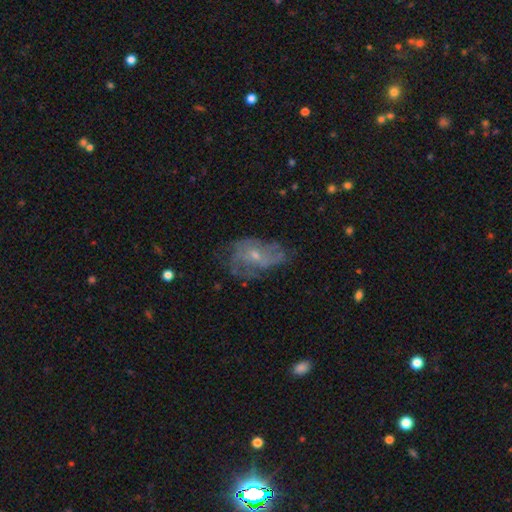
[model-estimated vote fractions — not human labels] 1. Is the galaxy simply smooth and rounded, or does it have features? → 69% featured or disk, 21% smooth, 9% star or artifact.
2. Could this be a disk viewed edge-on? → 96% no, 4% yes.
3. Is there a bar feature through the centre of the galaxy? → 73% no, 24% weak, 4% strong.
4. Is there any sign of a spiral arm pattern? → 75% yes, 25% no.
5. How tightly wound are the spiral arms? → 43% medium, 31% tight, 26% loose.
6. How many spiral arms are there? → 43% can't tell, 19% 2, 19% 3, 10% 4, 5% 1, 5% more than 4.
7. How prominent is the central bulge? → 66% small, 28% moderate, 3% none, 1% large, 1% dominant.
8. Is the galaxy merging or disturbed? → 52% none, 26% minor disturbance, 21% major disturbance, 2% merger.